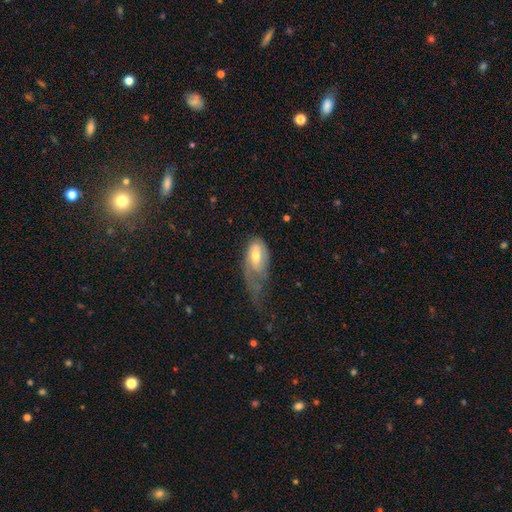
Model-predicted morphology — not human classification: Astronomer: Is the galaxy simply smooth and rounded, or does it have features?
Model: smooth — 53% (runner-up: featured or disk, 42%).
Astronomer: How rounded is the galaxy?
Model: in between — 89%.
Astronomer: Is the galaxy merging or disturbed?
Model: major disturbance — 54%.